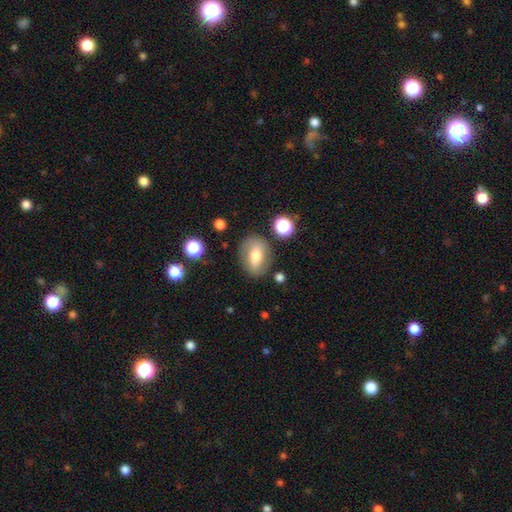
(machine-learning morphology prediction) Overall: smooth (54%; featured or disk 37%). How rounded: in between (65%; round 32%). Merging: none (78%).